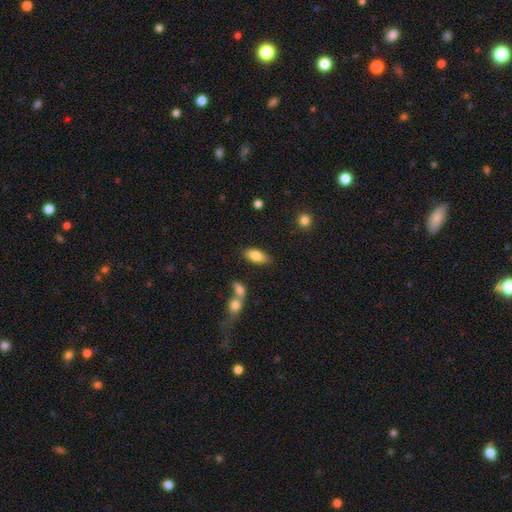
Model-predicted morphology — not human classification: smooth-or-featured: smooth: 82% | featured or disk: 11% | star or artifact: 7%
  how-rounded: in between: 86% | cigar-shaped: 11% | round: 3%
  merging: none: 78% | minor disturbance: 12% | merger: 7% | major disturbance: 3%